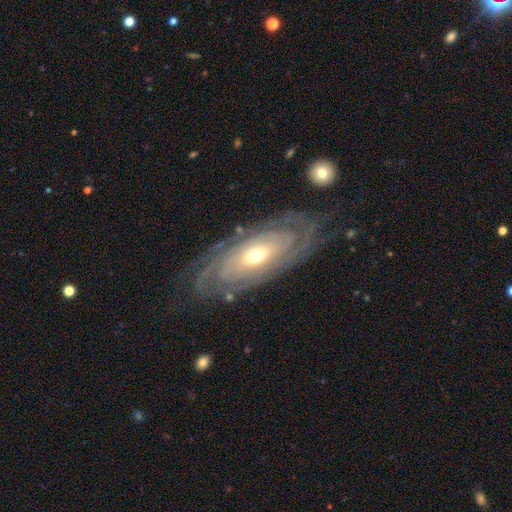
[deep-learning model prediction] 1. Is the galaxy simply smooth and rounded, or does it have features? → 85% featured or disk, 10% smooth, 5% star or artifact.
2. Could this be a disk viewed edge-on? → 90% no, 10% yes.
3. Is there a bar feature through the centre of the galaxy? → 73% no, 19% weak, 8% strong.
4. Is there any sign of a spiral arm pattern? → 91% yes, 9% no.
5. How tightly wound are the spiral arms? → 80% tight, 15% medium, 4% loose.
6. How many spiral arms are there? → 48% can't tell, 17% 2, 12% 3, 10% 4, 7% more than 4, 5% 1.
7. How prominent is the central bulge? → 53% moderate, 41% small, 4% large, 1% dominant, 1% none.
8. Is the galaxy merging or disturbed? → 77% none, 15% minor disturbance, 7% major disturbance, 2% merger.